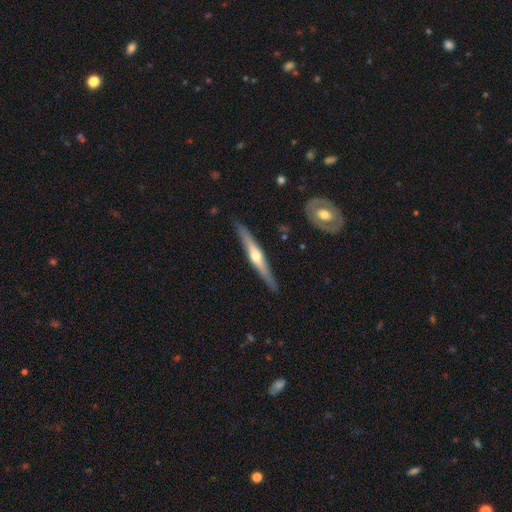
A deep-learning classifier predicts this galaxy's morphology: smooth-or-featured: featured or disk: 71% | smooth: 24% | star or artifact: 5%
  disk-edge-on: yes: 97% | no: 3%
    edge-on-bulge: rounded: 90% | none: 6% | boxy: 4%
  merging: none: 89% | minor disturbance: 8% | major disturbance: 1% | merger: 1%